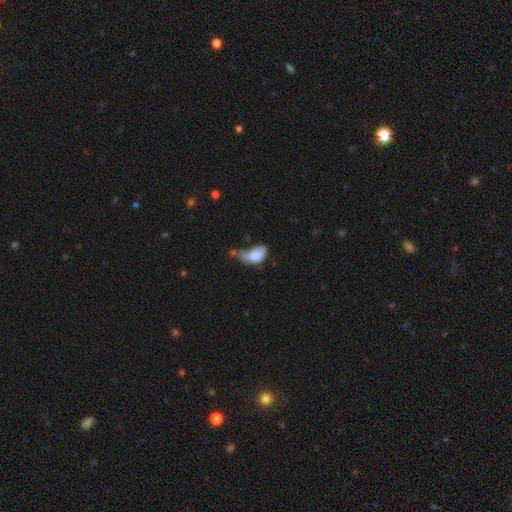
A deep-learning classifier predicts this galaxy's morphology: Smooth or featured? smooth (63%)
How rounded? in between (84%)
Merging? major disturbance (41%)